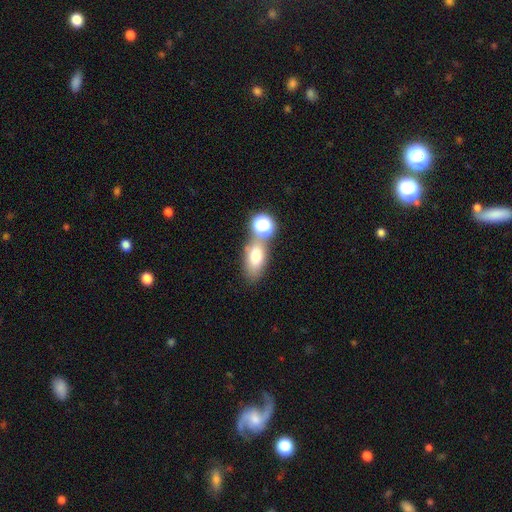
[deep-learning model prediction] Smooth or featured? Predicted: smooth (p=0.73). How rounded? Predicted: in between (p=0.82). Merging? Predicted: none (p=0.55).